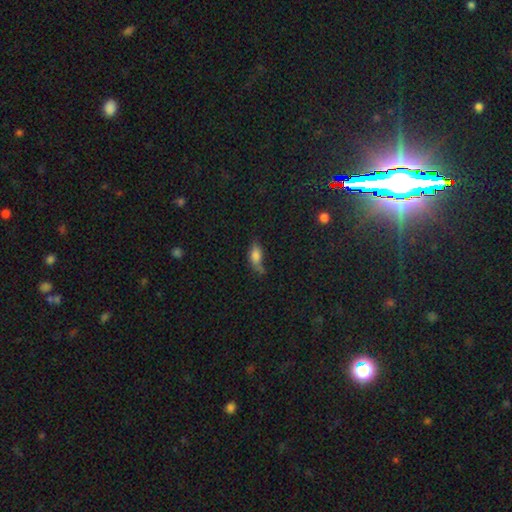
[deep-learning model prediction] A smooth galaxy with no disk features (72%) that is in between round and cigar-shaped (80%).

Vote fractions:
- Smooth or featured? smooth: 72% / featured or disk: 16% / star or artifact: 12%
- How rounded? in between: 80% / cigar-shaped: 15% / round: 5%
- Merging? none: 40% / minor disturbance: 34% / major disturbance: 18% / merger: 8%